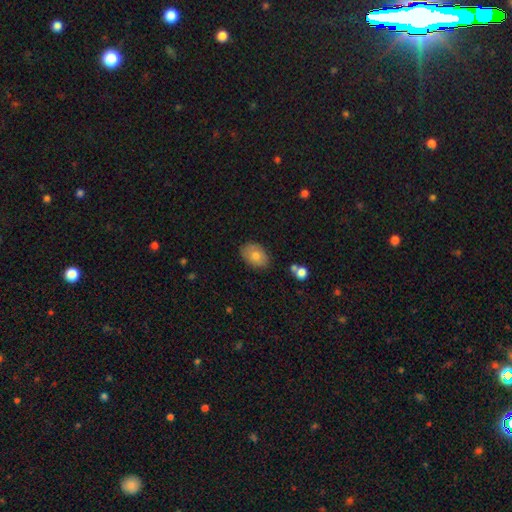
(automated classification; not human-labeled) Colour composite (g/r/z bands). It shows a smooth galaxy with no disk features (77%) that is in between round and cigar-shaped (85%). Merging: none (79%).